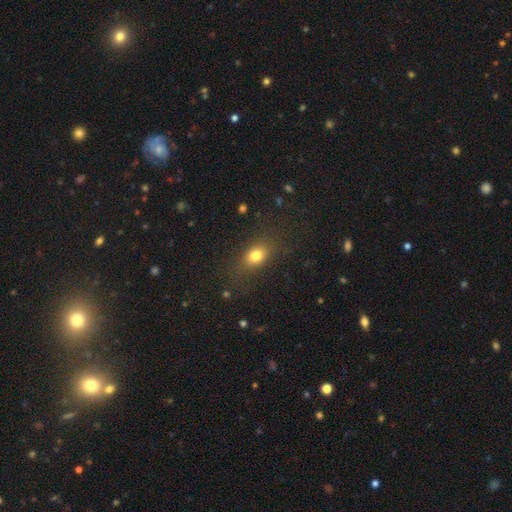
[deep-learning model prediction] smooth_or_featured: smooth (p=0.77) [alt: star or artifact p=0.12]
how_rounded: in between (p=0.68) [alt: round p=0.28]
merging: none (p=0.77) [alt: minor disturbance p=0.14]